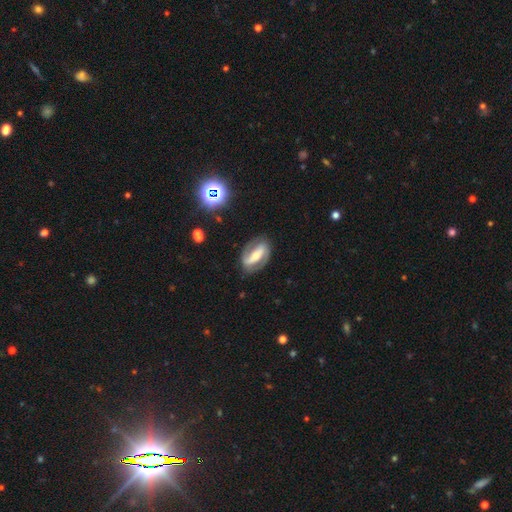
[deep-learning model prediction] smooth-or-featured: featured or disk: 81% | smooth: 13% | star or artifact: 6%
  disk-edge-on: no: 94% | yes: 6%
    bar: strong: 69% | weak: 19% | no: 12%
    has-spiral-arms: yes: 86% | no: 14%
      spiral-winding: medium: 42% | tight: 36% | loose: 22%
      spiral-arm-count: 2: 88% | can't tell: 6% | 1: 4% | 3: 1% | 4: 1% | more than 4: 1%
    bulge-size: moderate: 56% | small: 37% | large: 4% | none: 2% | dominant: 1%
  merging: none: 82% | minor disturbance: 12% | major disturbance: 5% | merger: 1%